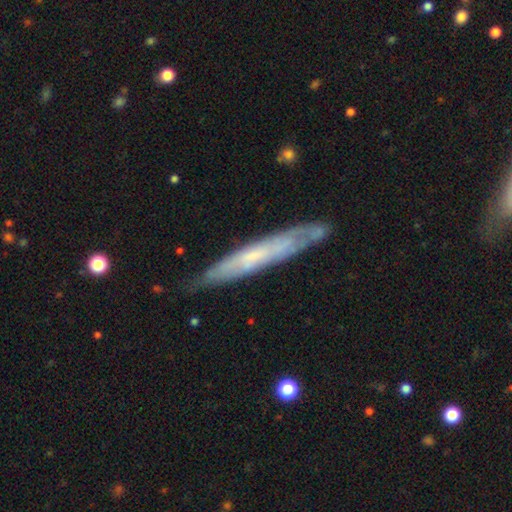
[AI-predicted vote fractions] The model was most divided on "smooth or featured": featured or disk: 59%, smooth: 35%, star or artifact: 6%. More confident: merging — none (75%); edge-on disk — yes (71%).